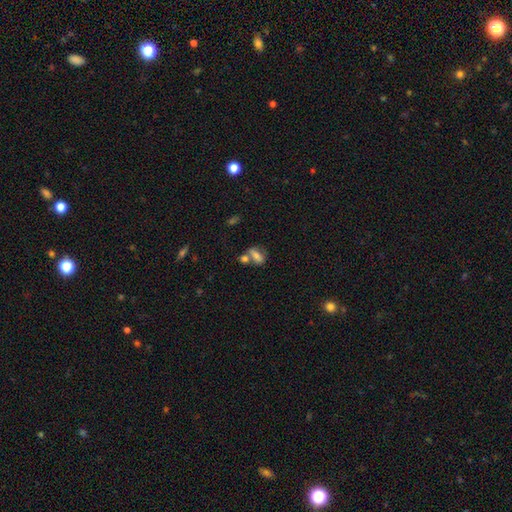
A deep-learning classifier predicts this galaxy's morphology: type=smooth (69%); roundness=in between (72%); merging=none (43%).